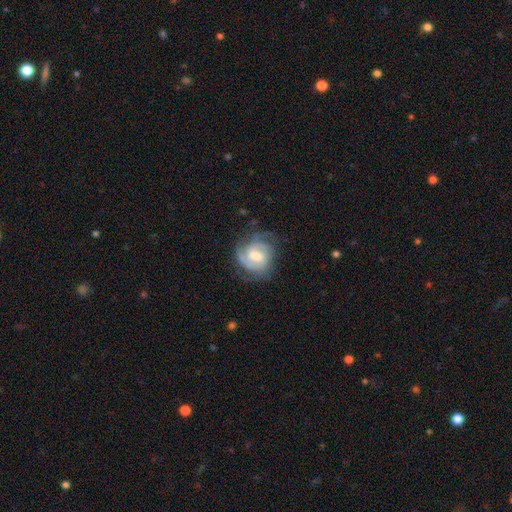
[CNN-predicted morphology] A featured or disk galaxy (80%) with a weak bar (51%), 3 (35%) tight (52%) spiral arms (95%) and a moderate central bulge (62%). Merging: none (67%).